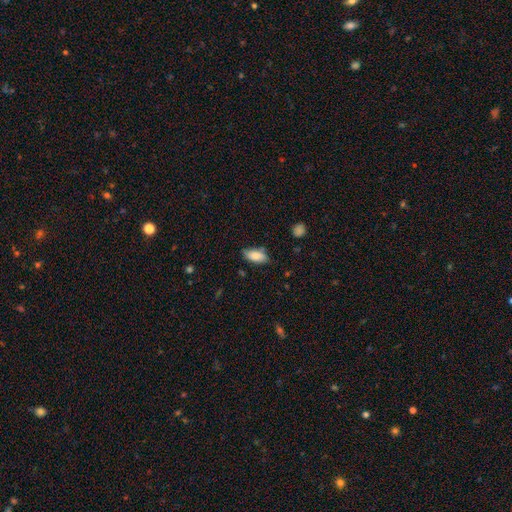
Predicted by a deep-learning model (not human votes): Smooth or featured? smooth (82%)
How rounded? in between (89%)
Merging? none (74%)